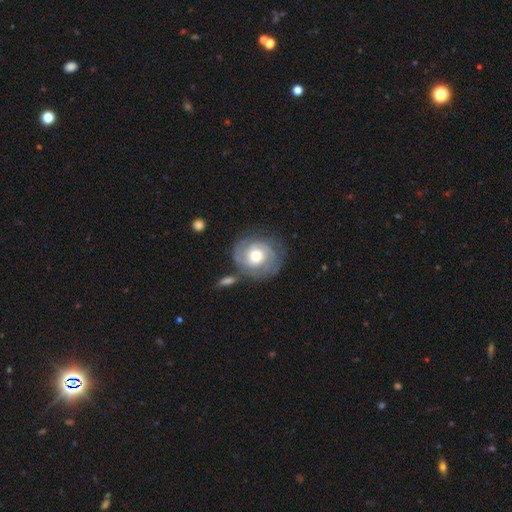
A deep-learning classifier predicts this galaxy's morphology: This appears to be a featured or disk galaxy (77%) with no bar (70%), 2 (47%) tight (65%) spiral arms (92%) and a moderate central bulge (58%). Merging: none (70%).